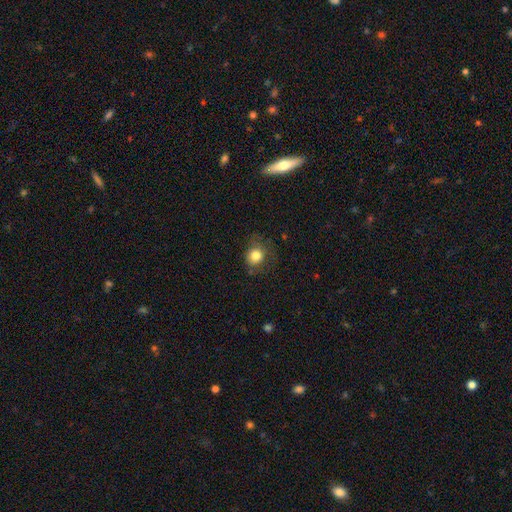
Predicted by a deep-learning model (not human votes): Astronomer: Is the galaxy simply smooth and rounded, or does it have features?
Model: smooth — 81%.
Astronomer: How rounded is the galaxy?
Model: round — 77%.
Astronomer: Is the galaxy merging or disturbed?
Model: none — 65%.